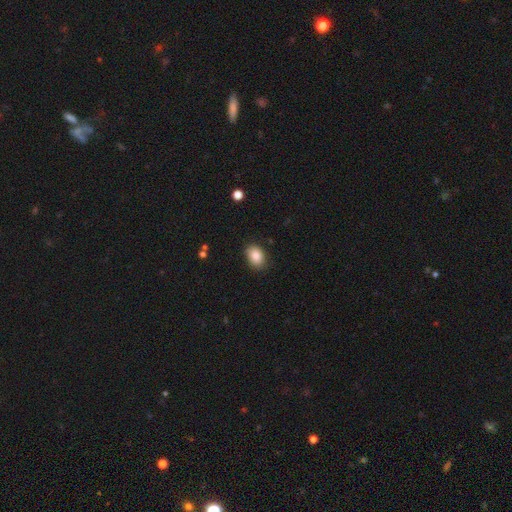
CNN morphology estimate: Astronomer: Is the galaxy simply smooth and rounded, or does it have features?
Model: smooth — 86%.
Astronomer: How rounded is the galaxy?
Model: in between — 76%.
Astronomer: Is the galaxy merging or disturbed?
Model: none — 82%.